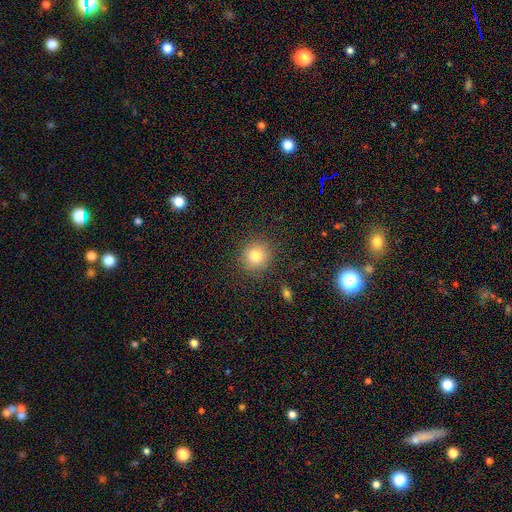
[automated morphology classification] This is likely a smooth galaxy (79%). How rounded: clearly round (91%). Merging: clearly none (89%).